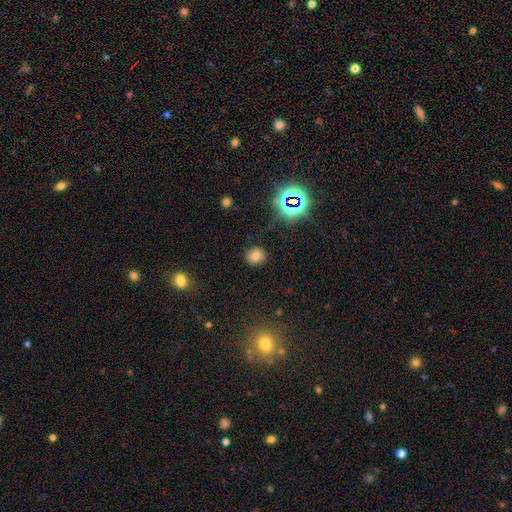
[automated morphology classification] Smooth or featured: smooth — 71% (star or artifact — 21%)
How rounded: round — 81% (in between — 18%)
Merging: none — 86% (minor disturbance — 9%)